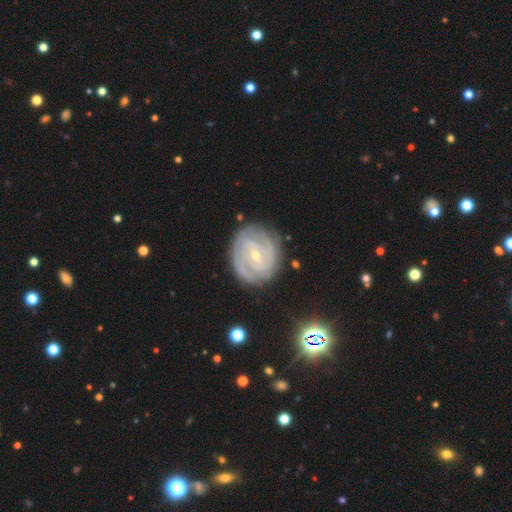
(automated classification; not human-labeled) smooth_or_featured: featured or disk (p=0.85) [alt: smooth p=0.09]
disk_edge_on: no (p=0.97) [alt: yes p=0.03]
bar: weak (p=0.46) [alt: no p=0.36]
has_spiral_arms: yes (p=0.96) [alt: no p=0.04]
spiral_winding: tight (p=0.75) [alt: medium p=0.21]
spiral_arm_count: 2 (p=0.40) [alt: can't tell p=0.24]
bulge_size: small (p=0.76) [alt: moderate p=0.22]
merging: none (p=0.81) [alt: minor disturbance p=0.13]